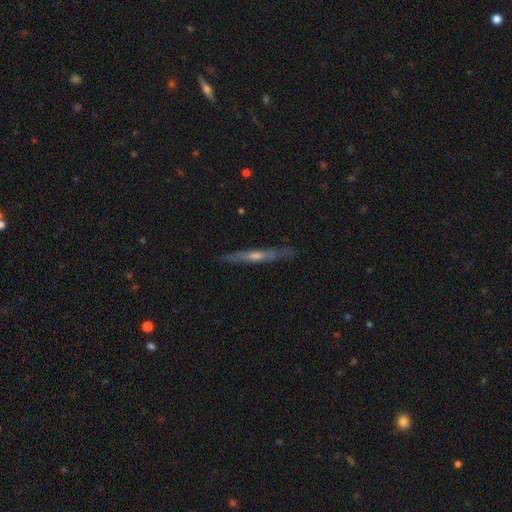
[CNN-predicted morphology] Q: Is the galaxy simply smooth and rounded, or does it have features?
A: featured or disk — 64%.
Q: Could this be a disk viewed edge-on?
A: yes — 91%.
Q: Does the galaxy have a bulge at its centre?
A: rounded — 60%.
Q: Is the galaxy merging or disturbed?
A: none — 84%.